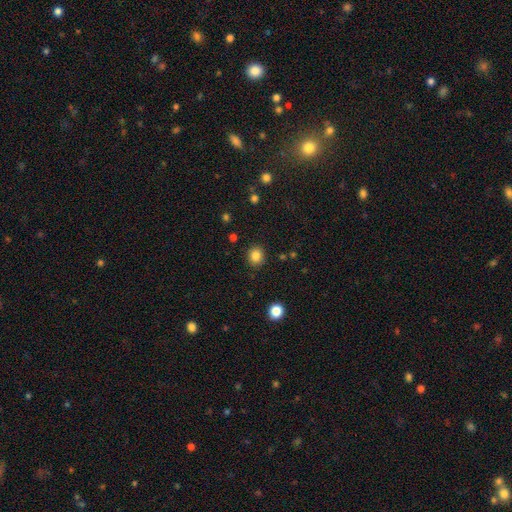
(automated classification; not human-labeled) Smooth or featured? Predicted: smooth (p=0.84). How rounded? Predicted: round (p=0.80). Merging? Predicted: none (p=0.89).